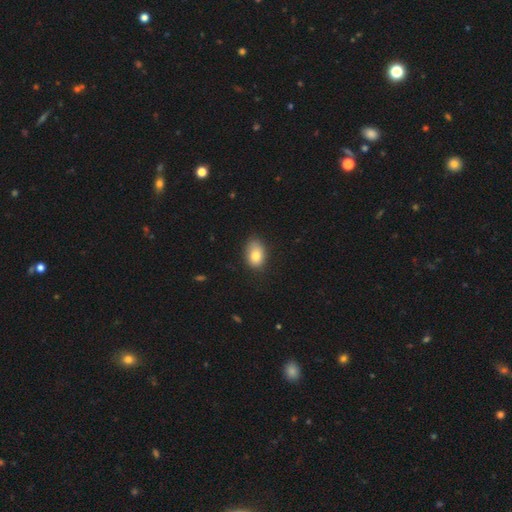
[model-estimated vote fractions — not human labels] Overall: smooth (80%). How rounded: in between (79%). Merging: none (71%).